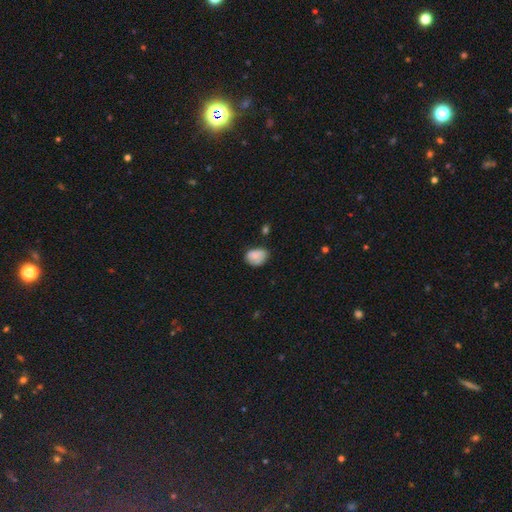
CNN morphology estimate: smooth-or-featured: smooth: 78% | featured or disk: 13% | star or artifact: 8%
  how-rounded: in between: 70% | round: 29% | cigar-shaped: 1%
  merging: none: 53% | minor disturbance: 34% | major disturbance: 8% | merger: 4%